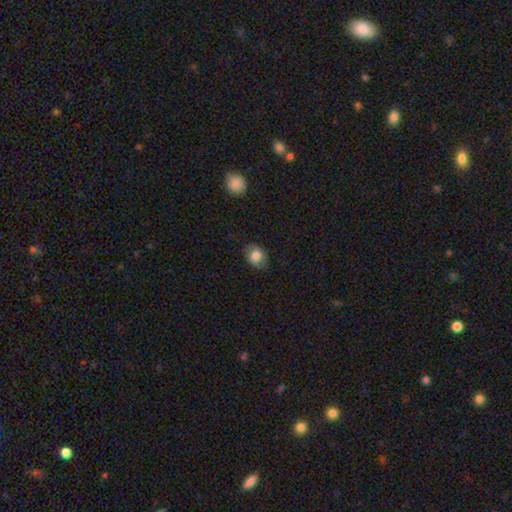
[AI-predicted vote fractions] Q: Smooth or featured?
A: smooth (77%); runner-up: featured or disk (15%)
Q: How rounded?
A: in between (55%); runner-up: round (44%)
Q: Merging?
A: none (76%); runner-up: minor disturbance (18%)